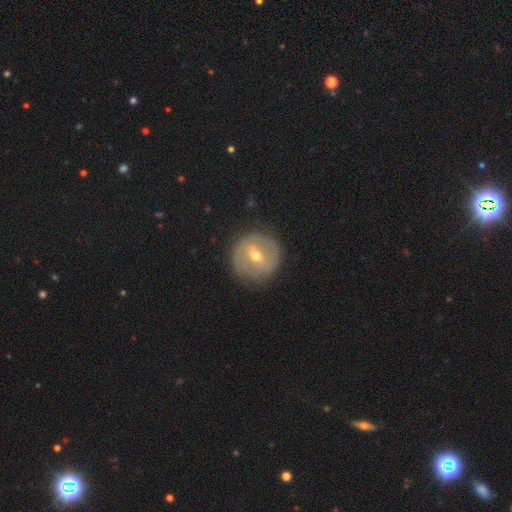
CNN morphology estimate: Smooth or featured? Predicted: featured or disk (p=0.60). Edge-on disk? Predicted: no (p=0.95). Bar? Predicted: weak (p=0.49). Spiral arms? Predicted: no (p=0.56). Bulge size? Predicted: moderate (p=0.61). Merging? Predicted: none (p=0.83).